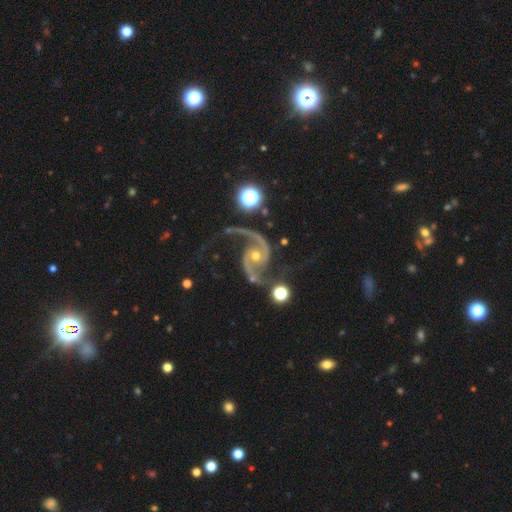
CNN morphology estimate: Smooth or featured: featured or disk — 93% (star or artifact — 5%)
Edge-on disk: no — 98% (yes — 2%)
Bar: no — 60% (weak — 28%)
Spiral arms: yes — 99% (no — 1%)
Spiral winding: medium — 55% (loose — 32%)
Spiral arm count: 2 — 94% (3 — 1%)
Bulge size: small — 50% (moderate — 46%)
Merging: none — 64% (minor disturbance — 18%)